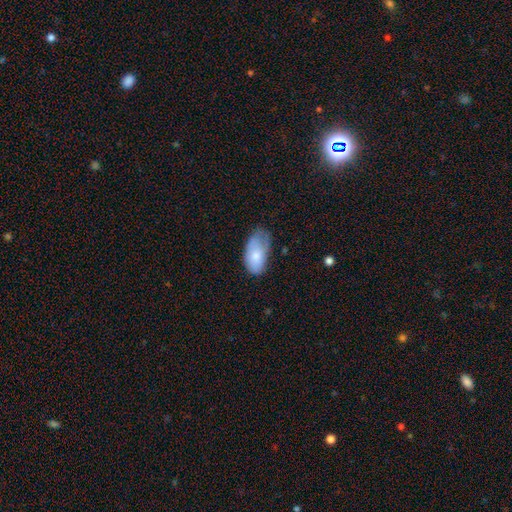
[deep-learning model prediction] smooth-or-featured: smooth: 75% | featured or disk: 19% | star or artifact: 6%
  how-rounded: in between: 94% | round: 4% | cigar-shaped: 2%
  merging: minor disturbance: 42% | none: 38% | major disturbance: 18% | merger: 2%